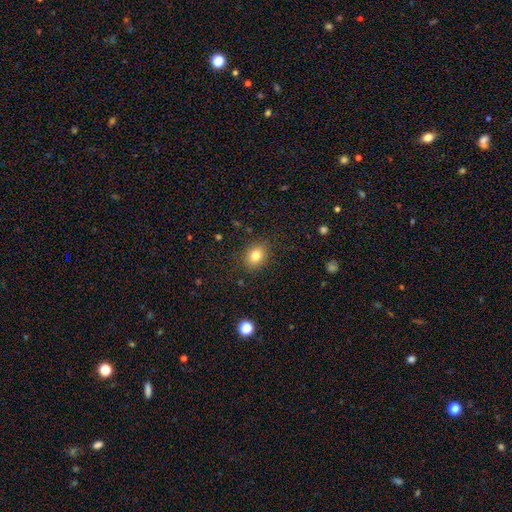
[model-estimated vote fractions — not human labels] smooth-or-featured: smooth: 81% | star or artifact: 11% | featured or disk: 8%
  how-rounded: round: 54% | in between: 45% | cigar-shaped: 1%
  merging: none: 86% | minor disturbance: 10% | major disturbance: 3% | merger: 1%